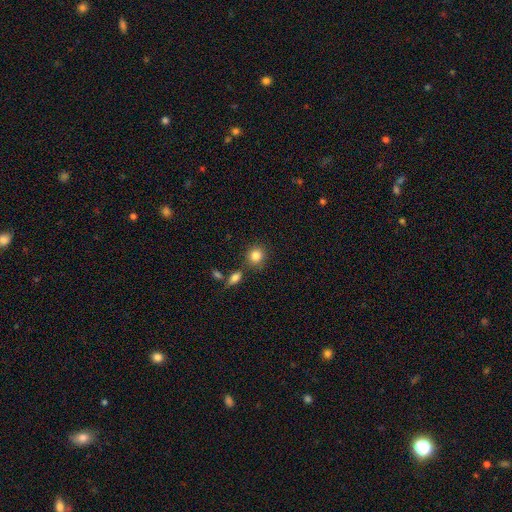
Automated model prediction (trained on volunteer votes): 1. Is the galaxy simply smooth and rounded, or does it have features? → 84% smooth, 10% star or artifact, 7% featured or disk.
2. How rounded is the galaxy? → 85% round, 14% in between, 1% cigar-shaped.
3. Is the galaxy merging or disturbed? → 76% none, 10% minor disturbance, 10% merger, 3% major disturbance.